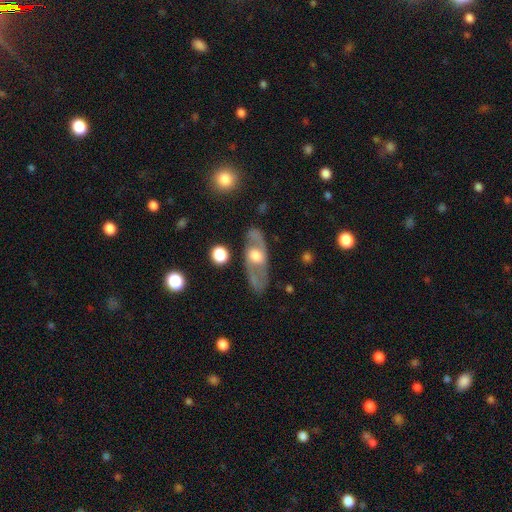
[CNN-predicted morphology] The model was most divided on "edge-on disk": no: 70%, yes: 30%. More confident: merging — none (80%); smooth or featured — featured or disk (69%).